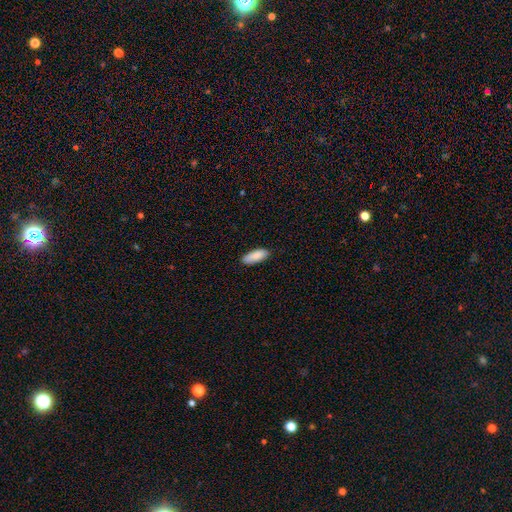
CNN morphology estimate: Q: Smooth or featured?
A: smooth (89%); runner-up: star or artifact (6%)
Q: How rounded?
A: in between (76%); runner-up: cigar-shaped (22%)
Q: Merging?
A: none (86%); runner-up: minor disturbance (12%)